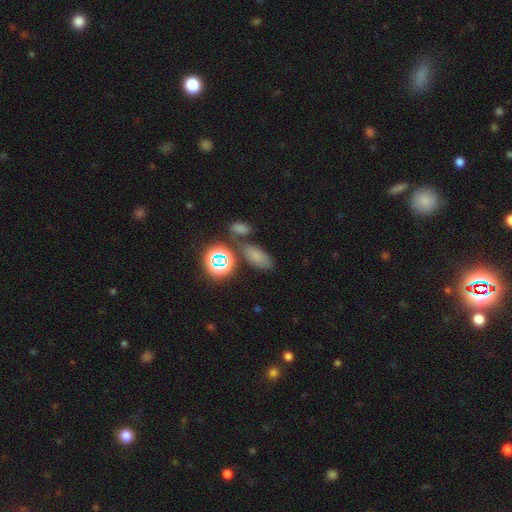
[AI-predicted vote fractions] The model was most divided on "smooth or featured": smooth: 68%, star or artifact: 23%, featured or disk: 8%. More confident: how rounded — in between (85%); merging — none (67%).